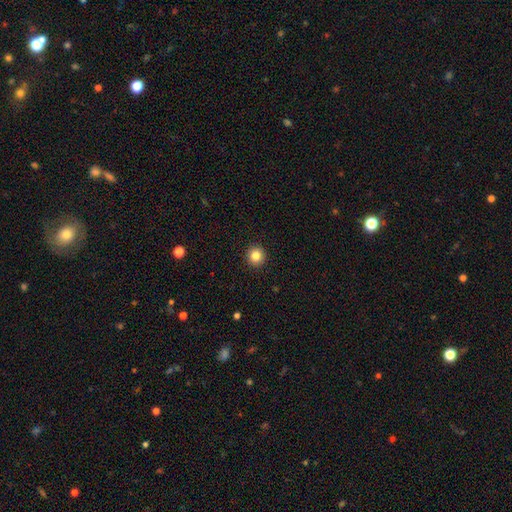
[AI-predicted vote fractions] smooth_or_featured: smooth (p=0.84) [alt: star or artifact p=0.11]
how_rounded: round (p=0.93) [alt: in between p=0.06]
merging: none (p=0.93) [alt: minor disturbance p=0.05]